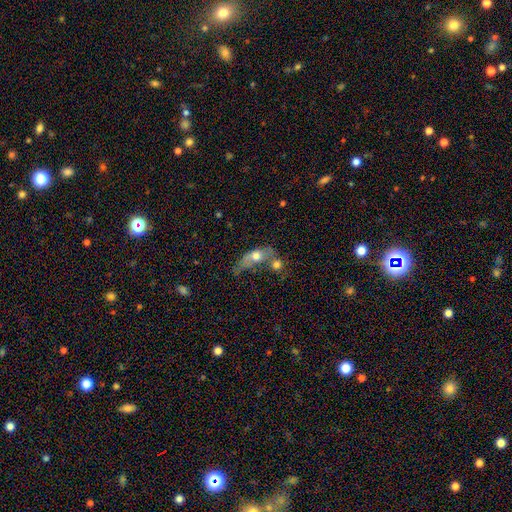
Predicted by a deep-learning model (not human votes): smooth 58%, featured or disk 32%, star or artifact 9%. Down the decision tree: how rounded — in between (69%); merging — merger (44%).